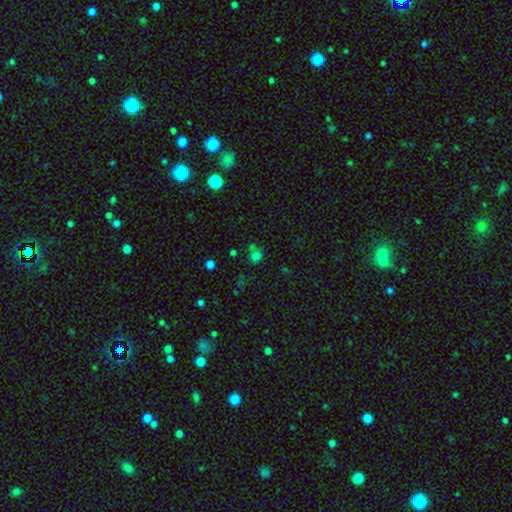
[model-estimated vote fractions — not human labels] smooth_or_featured: smooth (p=0.71) [alt: star or artifact p=0.22]
how_rounded: round (p=0.76) [alt: in between p=0.23]
merging: none (p=0.57) [alt: minor disturbance p=0.19]